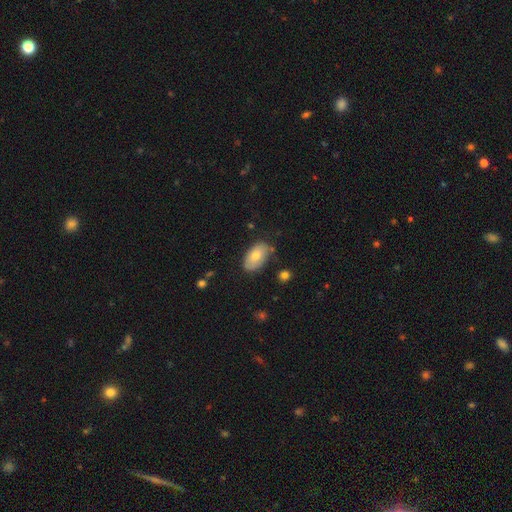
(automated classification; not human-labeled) Morphology: type=smooth (72%); roundness=in between (94%); merging=none (74%).